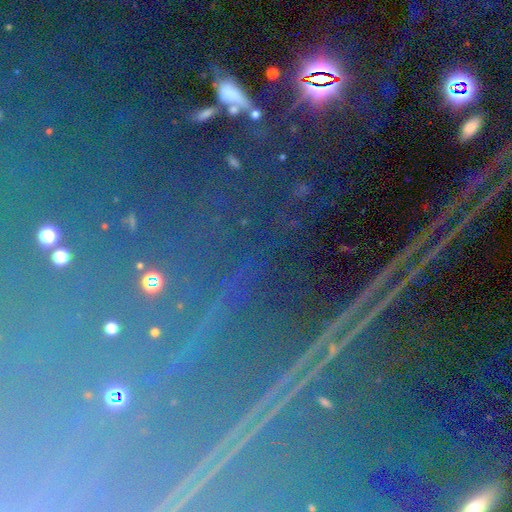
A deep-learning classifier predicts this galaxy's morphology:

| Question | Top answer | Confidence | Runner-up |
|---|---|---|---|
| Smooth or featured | star or artifact | 83% | featured or disk (9%) |